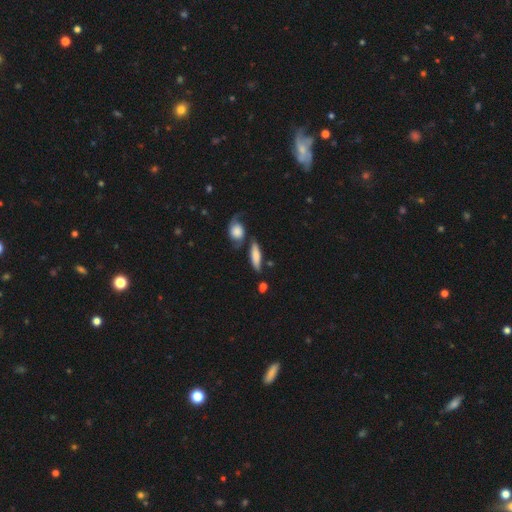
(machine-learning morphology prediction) Q: Smooth or featured?
A: smooth (70%); runner-up: featured or disk (23%)
Q: How rounded?
A: cigar-shaped (49%); runner-up: in between (47%)
Q: Merging?
A: none (61%); runner-up: minor disturbance (20%)